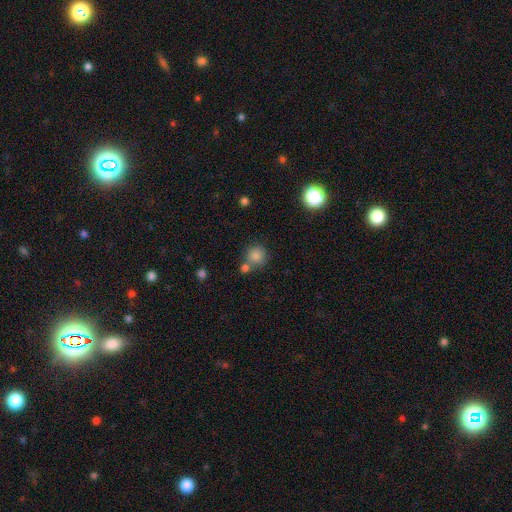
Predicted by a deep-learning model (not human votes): smooth 83%, star or artifact 11%, featured or disk 6%. Down the decision tree: how rounded — round (88%); merging — none (59%).